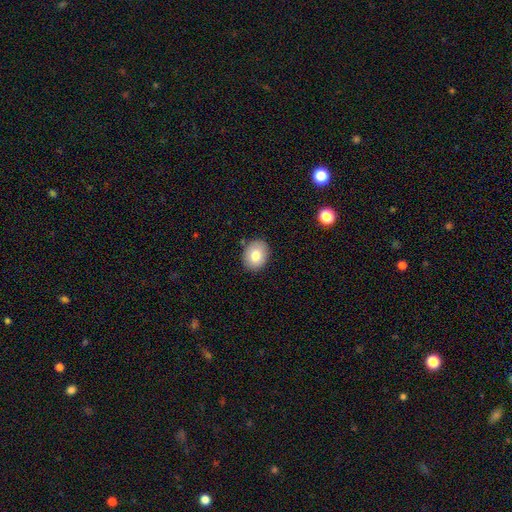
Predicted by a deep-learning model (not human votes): Q: Smooth or featured?
A: smooth (80%); runner-up: featured or disk (12%)
Q: How rounded?
A: round (53%); runner-up: in between (46%)
Q: Merging?
A: none (87%); runner-up: minor disturbance (10%)